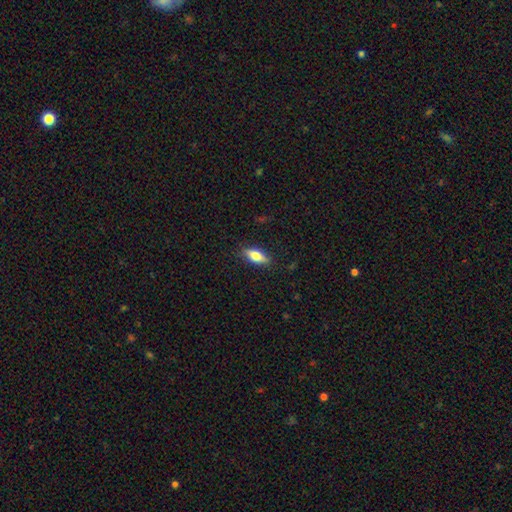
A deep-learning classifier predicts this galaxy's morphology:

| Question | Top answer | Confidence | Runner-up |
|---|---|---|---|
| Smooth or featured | smooth | 67% | featured or disk (26%) |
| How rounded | in between | 71% | cigar-shaped (26%) |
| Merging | none | 85% | minor disturbance (12%) |